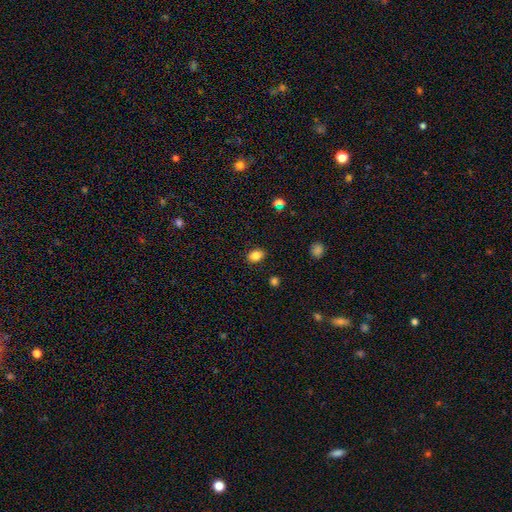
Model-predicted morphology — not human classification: Smooth or featured?
  - smooth: 85% *
  - star or artifact: 10%
  - featured or disk: 5%
How rounded?
  - in between: 71% *
  - round: 28%
  - cigar-shaped: 1%
Merging?
  - none: 87% *
  - minor disturbance: 9%
  - major disturbance: 2%
  - merger: 1%